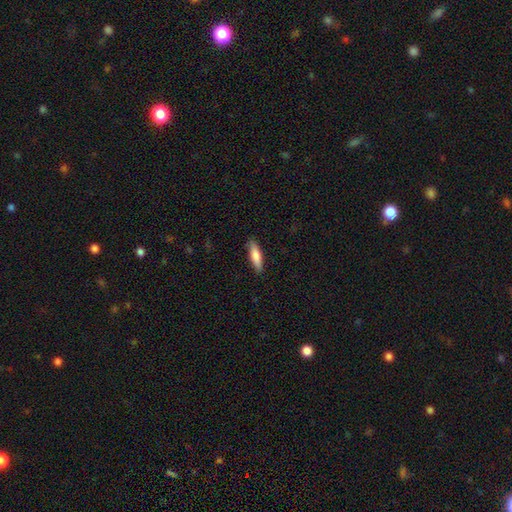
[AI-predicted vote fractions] This appears to be a smooth galaxy with no disk features (76%) that is cigar-shaped (71%). Merging: none (87%).